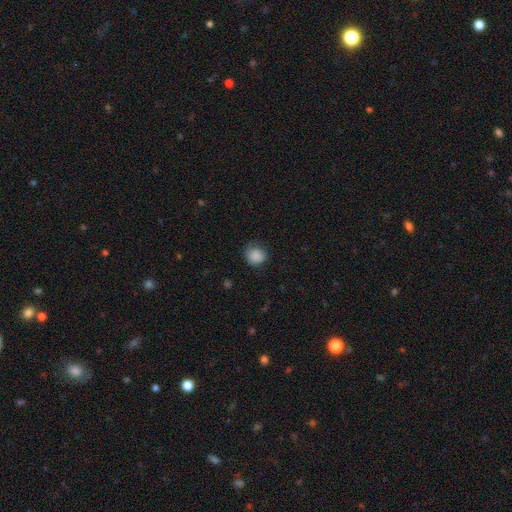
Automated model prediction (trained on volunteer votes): smooth-or-featured: smooth: 87% | star or artifact: 9% | featured or disk: 4%
  how-rounded: round: 85% | in between: 14% | cigar-shaped: 1%
  merging: none: 75% | minor disturbance: 19% | major disturbance: 5% | merger: 1%